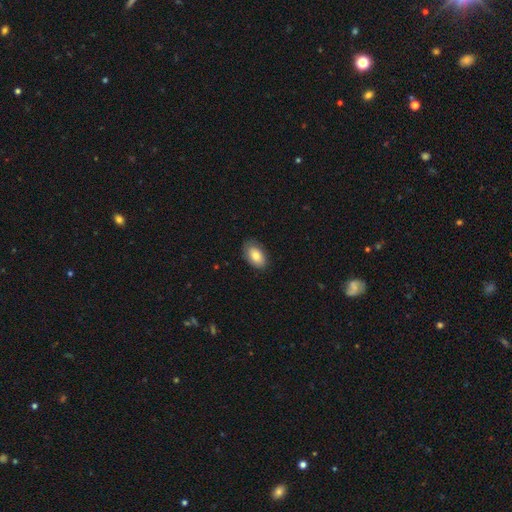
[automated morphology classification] Smooth or featured?
  - smooth: 83% *
  - featured or disk: 10%
  - star or artifact: 7%
How rounded?
  - in between: 92% *
  - round: 6%
  - cigar-shaped: 1%
Merging?
  - none: 84% *
  - minor disturbance: 13%
  - major disturbance: 2%
  - merger: 1%